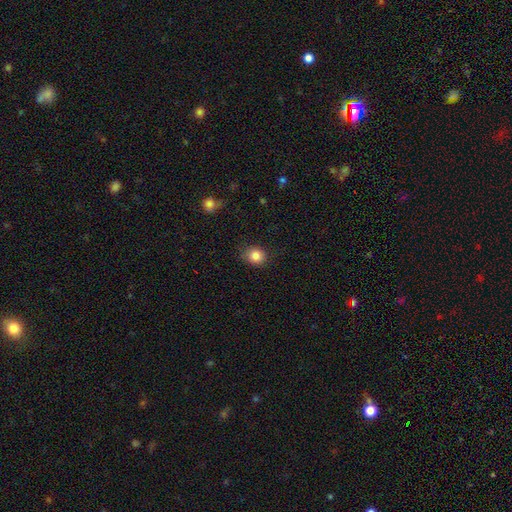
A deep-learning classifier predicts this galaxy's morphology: smooth-or-featured: smooth: 85% | star or artifact: 10% | featured or disk: 5%
  how-rounded: round: 74% | in between: 25% | cigar-shaped: 1%
  merging: none: 82% | minor disturbance: 14% | major disturbance: 3% | merger: 1%